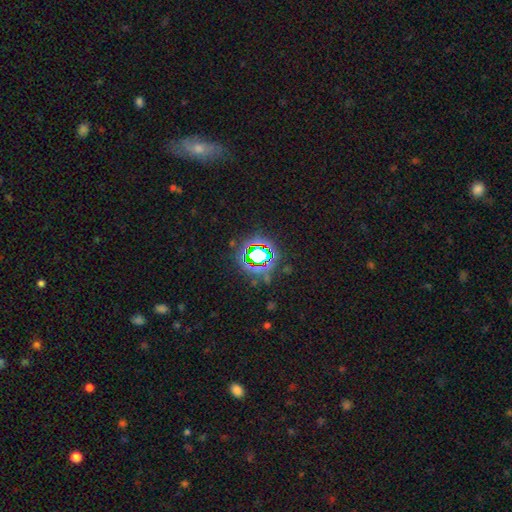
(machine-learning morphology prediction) This appears to be a star or artifact, not a galaxy (76%).